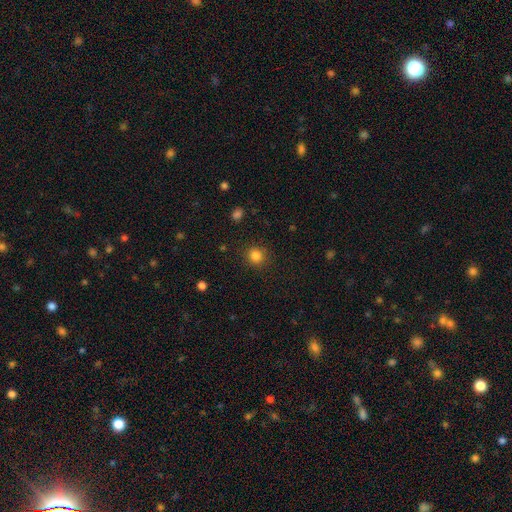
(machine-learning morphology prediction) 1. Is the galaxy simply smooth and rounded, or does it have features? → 84% smooth, 12% star or artifact, 4% featured or disk.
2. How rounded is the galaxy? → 89% round, 10% in between, 1% cigar-shaped.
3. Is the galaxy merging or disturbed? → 89% none, 7% minor disturbance, 3% major disturbance, 1% merger.